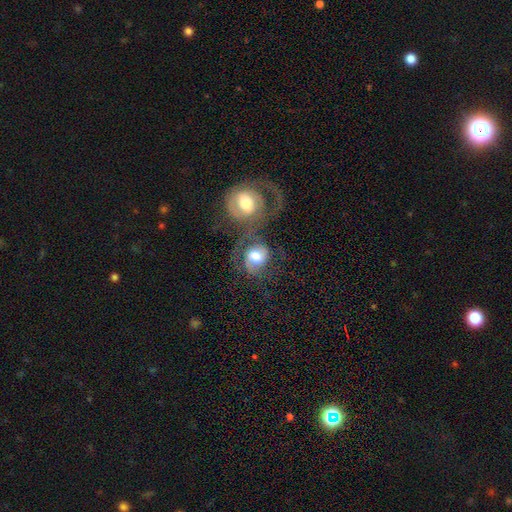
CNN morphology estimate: smooth_or_featured: featured or disk (p=0.56) [alt: smooth p=0.37]
disk_edge_on: no (p=0.97) [alt: yes p=0.03]
bar: no (p=0.62) [alt: weak p=0.30]
has_spiral_arms: yes (p=0.82) [alt: no p=0.18]
bulge_size: moderate (p=0.56) [alt: large p=0.33]
merging: merger (p=0.57) [alt: none p=0.21]